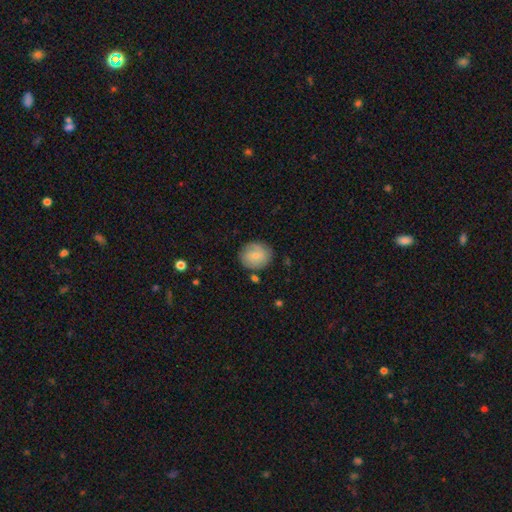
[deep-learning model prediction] Smooth or featured? smooth (65%)
How rounded? round (77%)
Merging? none (79%)